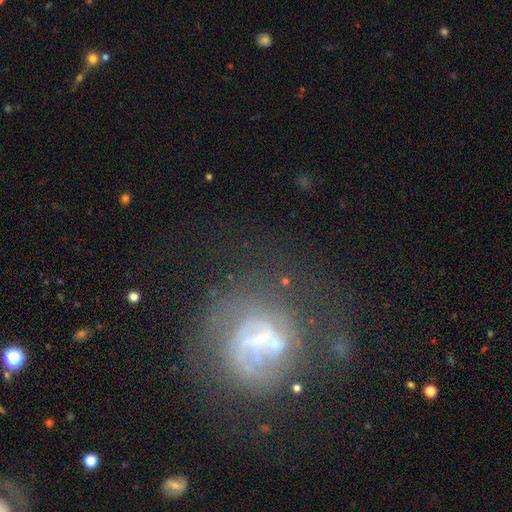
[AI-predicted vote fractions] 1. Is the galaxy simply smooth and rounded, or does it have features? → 58% featured or disk, 23% smooth, 20% star or artifact.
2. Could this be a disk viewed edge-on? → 96% no, 4% yes.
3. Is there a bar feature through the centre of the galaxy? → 54% no, 32% weak, 14% strong.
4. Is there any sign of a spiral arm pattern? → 50% no (tied), 50% yes (tied).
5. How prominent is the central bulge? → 44% small, 26% moderate, 22% none, 6% large, 3% dominant.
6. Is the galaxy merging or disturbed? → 55% none, 21% major disturbance, 17% minor disturbance, 8% merger.